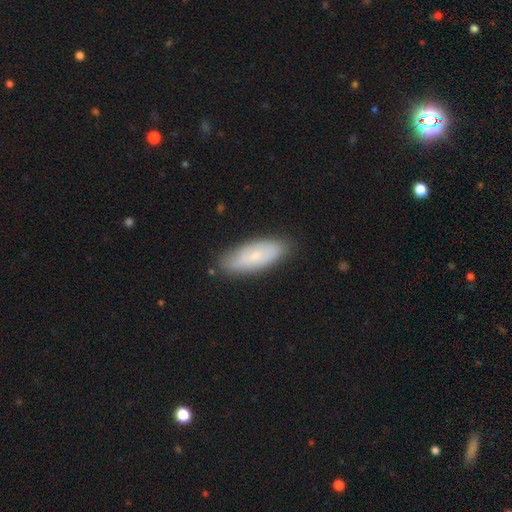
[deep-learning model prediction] Overall: smooth (66%; featured or disk 28%). How rounded: in between (74%). Merging: none (81%).